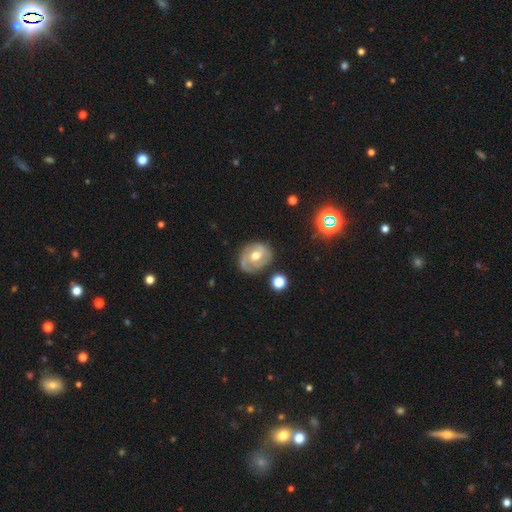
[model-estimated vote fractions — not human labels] The model was most divided on "bar": no: 43%, weak: 42%, strong: 15%. More confident: edge-on disk — no (96%); bulge size — moderate (77%); spiral arms — yes (76%); merging — none (67%); smooth or featured — featured or disk (66%).